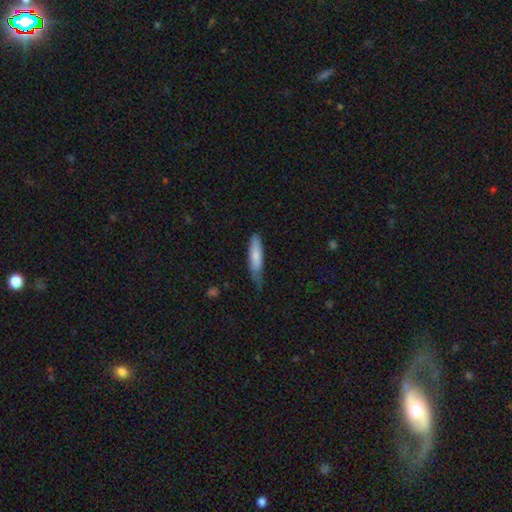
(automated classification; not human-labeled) smooth_or_featured: smooth (p=0.75) [alt: featured or disk p=0.19]
how_rounded: cigar-shaped (p=0.70) [alt: in between p=0.28]
merging: none (p=0.48) [alt: minor disturbance p=0.40]